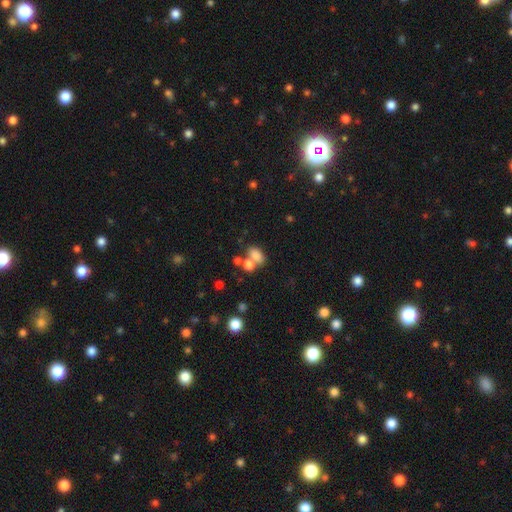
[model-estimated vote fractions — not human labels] Overall: smooth (77%). How rounded: in between (81%). Merging: merger (41%; none 40%).